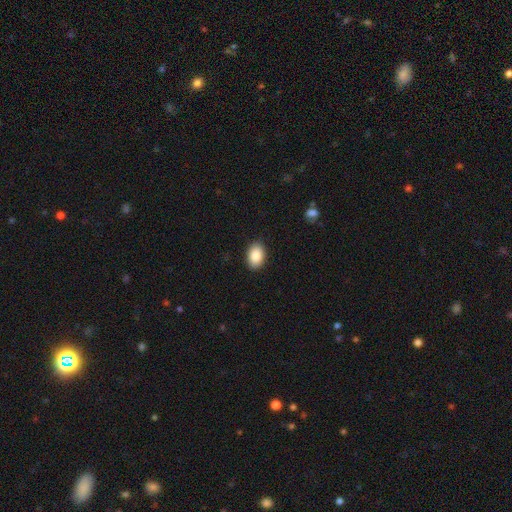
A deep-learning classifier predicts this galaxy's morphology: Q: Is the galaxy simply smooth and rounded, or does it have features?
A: smooth — 88%.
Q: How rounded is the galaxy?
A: in between — 86%.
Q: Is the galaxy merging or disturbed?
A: none — 89%.